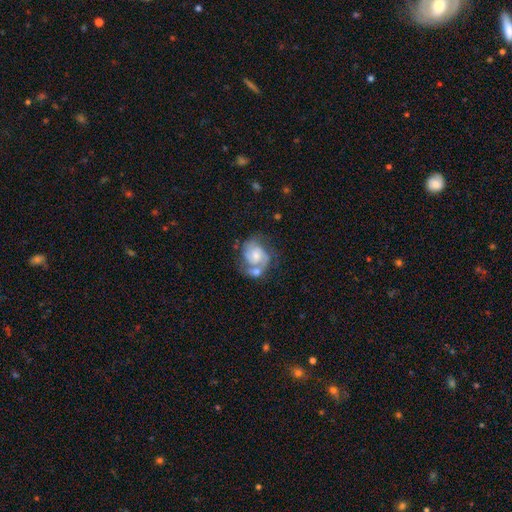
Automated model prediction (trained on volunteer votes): Smooth or featured? featured or disk (73%)
Edge-on disk? no (98%)
Bar? no (65%)
Spiral arms? yes (90%)
Spiral winding? medium (46%)
Spiral arm count? 2 (72%)
Bulge size? moderate (45%)
Merging? none (36%)